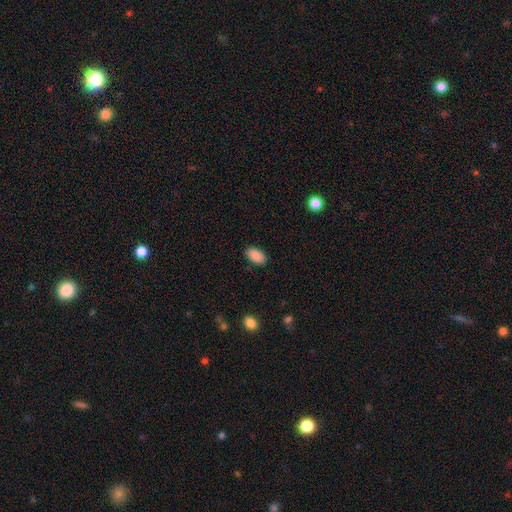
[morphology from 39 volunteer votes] Overall: smooth (90%). How rounded: in between (97%). Merging: none (92%).